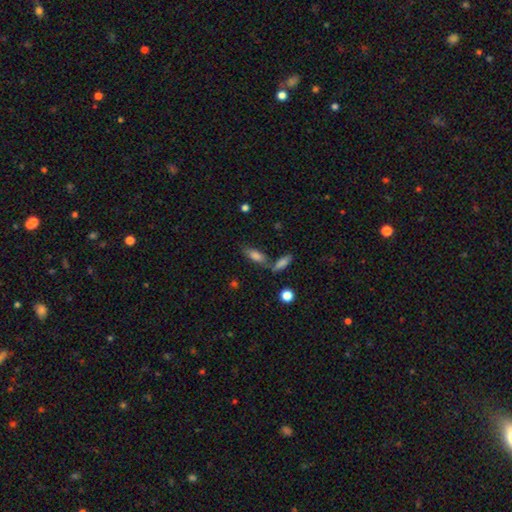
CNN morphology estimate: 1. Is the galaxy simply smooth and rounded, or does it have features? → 77% smooth, 15% featured or disk, 9% star or artifact.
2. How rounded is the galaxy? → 68% in between, 29% cigar-shaped, 3% round.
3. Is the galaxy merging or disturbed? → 60% none, 22% merger, 13% minor disturbance, 5% major disturbance.